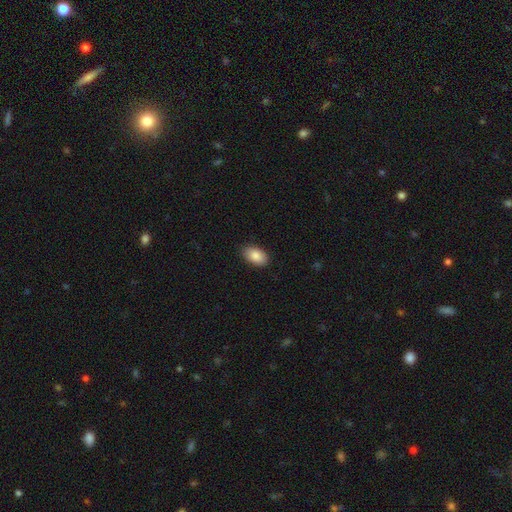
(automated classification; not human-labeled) Smooth or featured? Predicted: smooth (p=0.88). How rounded? Predicted: in between (p=0.93). Merging? Predicted: none (p=0.87).